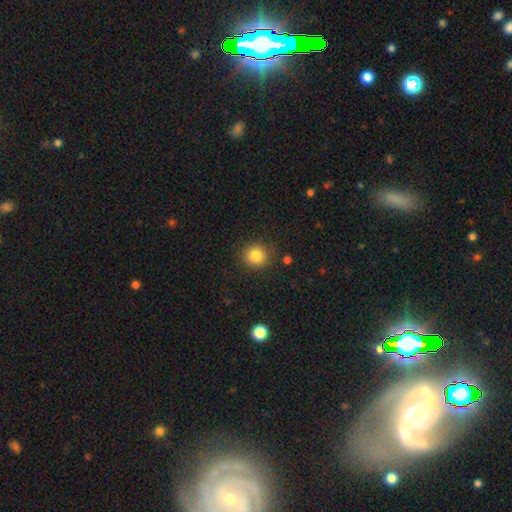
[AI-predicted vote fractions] Overall: smooth (84%). How rounded: round (90%). Merging: none (87%).